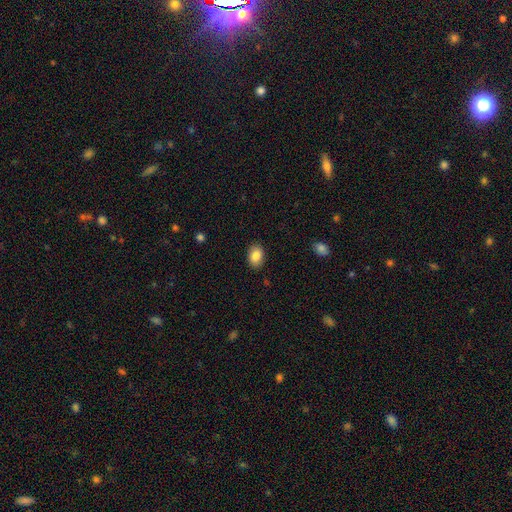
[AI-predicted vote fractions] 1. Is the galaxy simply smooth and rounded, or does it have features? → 86% smooth, 8% star or artifact, 7% featured or disk.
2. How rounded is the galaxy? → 81% in between, 18% round, 1% cigar-shaped.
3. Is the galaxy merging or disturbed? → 88% none, 9% minor disturbance, 2% major disturbance, 1% merger.